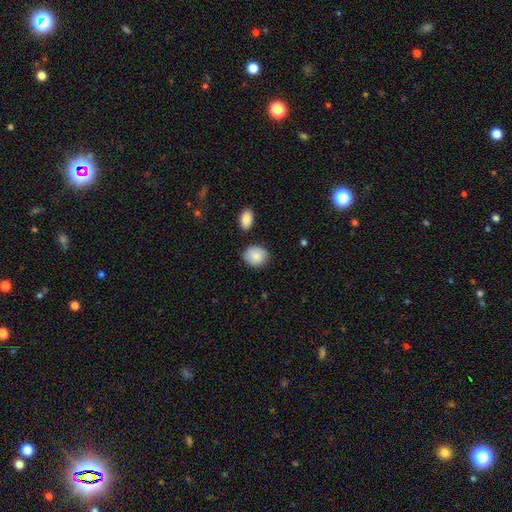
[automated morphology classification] smooth 86%, featured or disk 7%, star or artifact 7%. Down the decision tree: how rounded — round (51%); merging — none (78%).